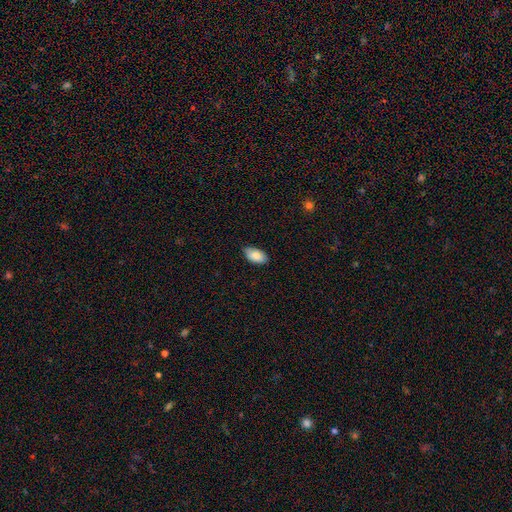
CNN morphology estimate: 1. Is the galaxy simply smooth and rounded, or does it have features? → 86% smooth, 8% featured or disk, 6% star or artifact.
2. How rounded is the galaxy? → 95% in between, 3% round, 2% cigar-shaped.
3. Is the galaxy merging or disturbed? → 82% none, 15% minor disturbance, 2% major disturbance, 1% merger.